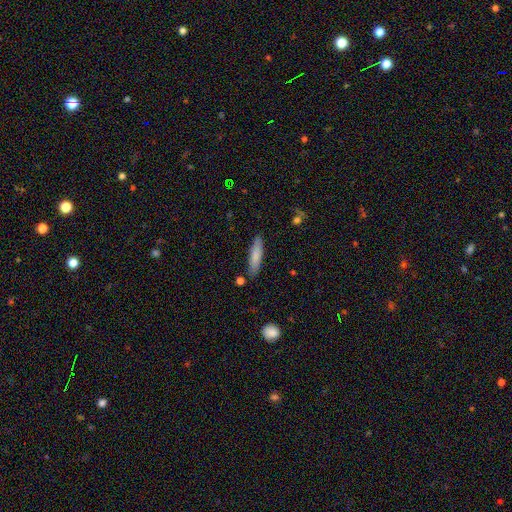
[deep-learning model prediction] Smooth or featured: smooth — 80% (featured or disk — 14%)
How rounded: cigar-shaped — 79% (in between — 19%)
Merging: none — 85% (minor disturbance — 10%)